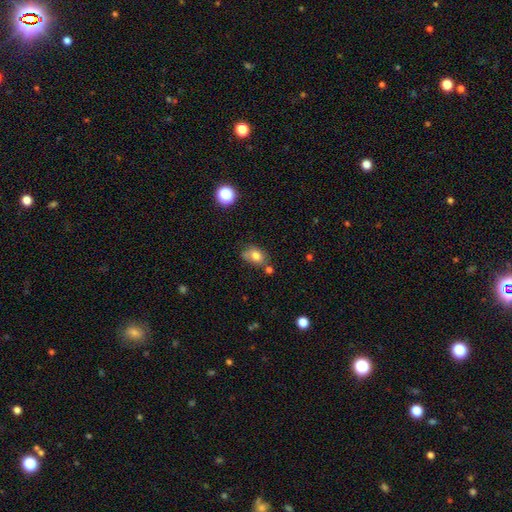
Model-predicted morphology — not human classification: Q: Smooth or featured?
A: smooth (77%); runner-up: featured or disk (12%)
Q: How rounded?
A: in between (71%); runner-up: round (27%)
Q: Merging?
A: none (52%); runner-up: minor disturbance (25%)